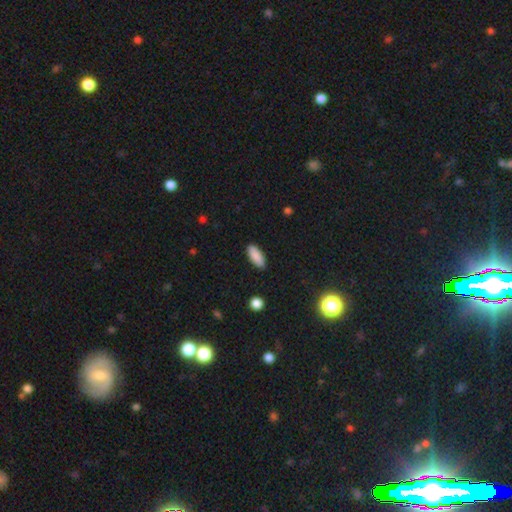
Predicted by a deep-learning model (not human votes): Smooth or featured: smooth — 88% (star or artifact — 7%)
How rounded: in between — 81% (cigar-shaped — 17%)
Merging: none — 88% (minor disturbance — 9%)